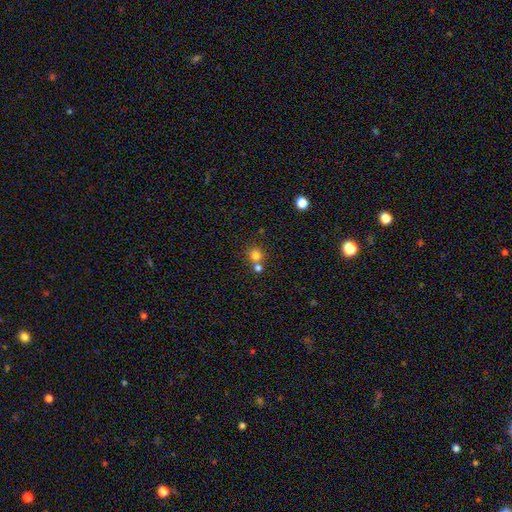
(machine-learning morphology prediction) Overall: smooth (77%). How rounded: round (88%). Merging: none (51%; merger 40%).